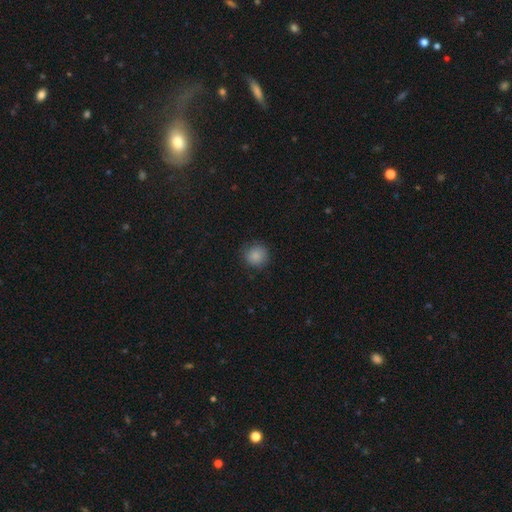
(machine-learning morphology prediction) The model was most divided on "merging": none: 84%, minor disturbance: 12%, major disturbance: 3%, merger: 1%. More confident: how rounded — round (91%); smooth or featured — smooth (86%).